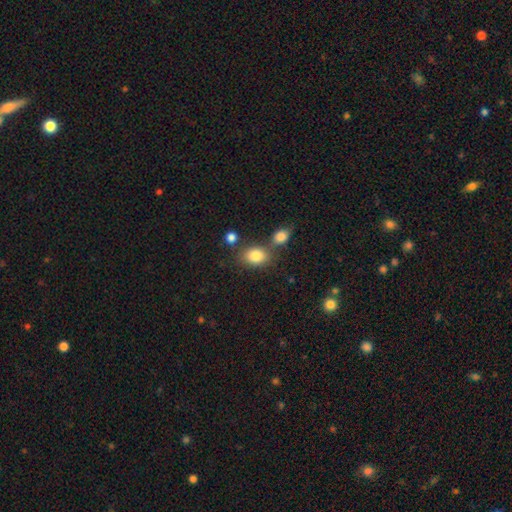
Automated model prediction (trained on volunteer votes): smooth_or_featured: smooth (p=0.83) [alt: star or artifact p=0.09]
how_rounded: in between (p=0.68) [alt: round p=0.31]
merging: none (p=0.60) [alt: merger p=0.23]